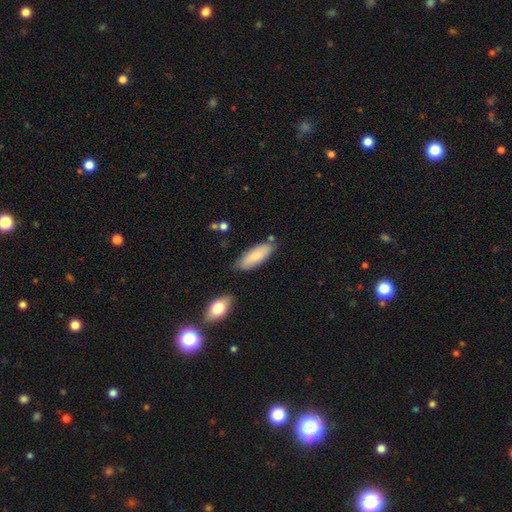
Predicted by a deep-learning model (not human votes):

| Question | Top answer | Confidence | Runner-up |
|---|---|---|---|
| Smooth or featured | smooth | 81% | featured or disk (13%) |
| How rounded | in between | 70% | cigar-shaped (28%) |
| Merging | none | 75% | minor disturbance (16%) |